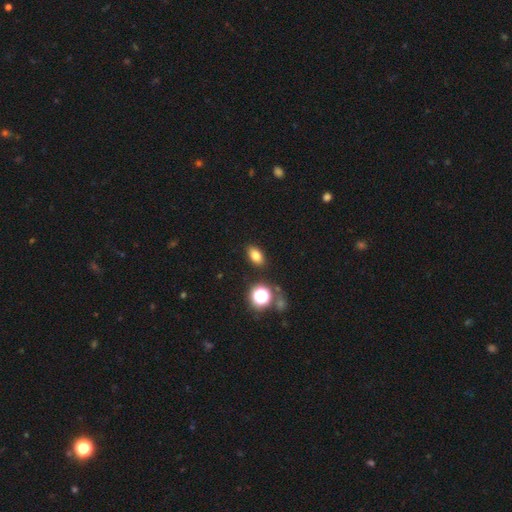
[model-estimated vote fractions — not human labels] Smooth or featured? Predicted: smooth (p=0.77). How rounded? Predicted: in between (p=0.83). Merging? Predicted: none (p=0.86).